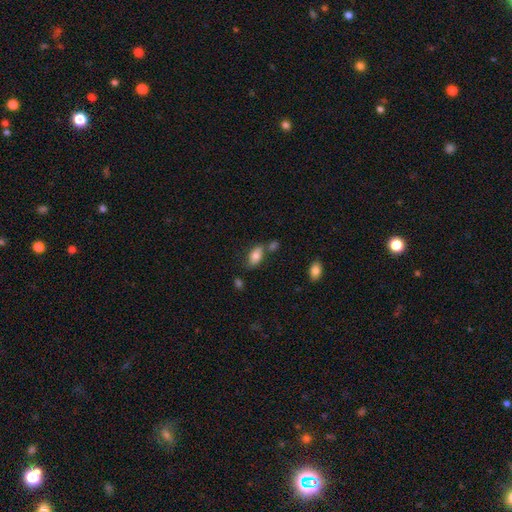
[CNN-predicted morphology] The model was most divided on "merging": none: 62%, minor disturbance: 17%, merger: 17%, major disturbance: 5%. More confident: how rounded — in between (91%); smooth or featured — smooth (79%).